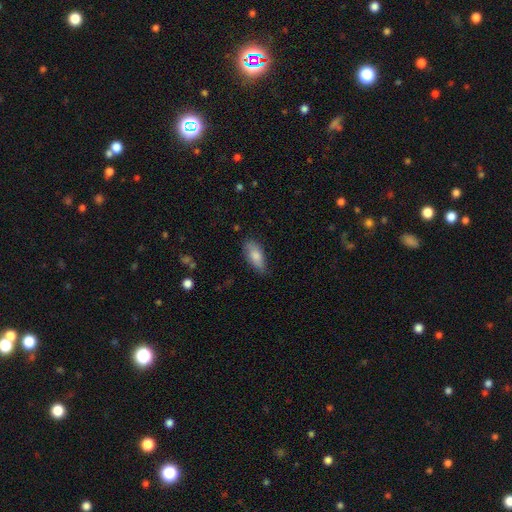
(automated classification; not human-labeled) A smooth galaxy with no disk features (81%) that is in between round and cigar-shaped (82%). Merging: none (75%).